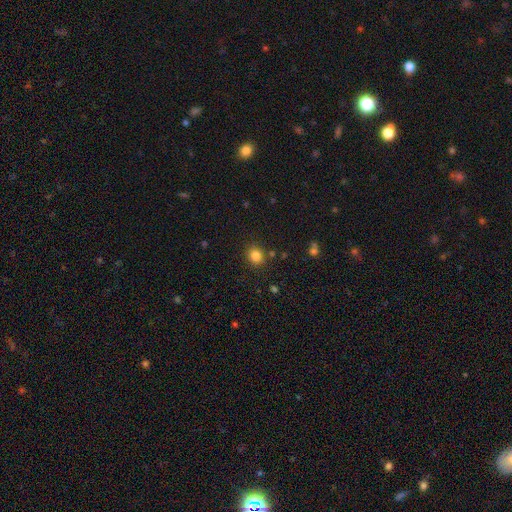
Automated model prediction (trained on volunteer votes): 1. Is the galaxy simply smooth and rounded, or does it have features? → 83% smooth, 13% star or artifact, 5% featured or disk.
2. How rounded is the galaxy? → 83% round, 16% in between, 1% cigar-shaped.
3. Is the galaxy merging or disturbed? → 86% none, 8% minor disturbance, 3% merger, 3% major disturbance.